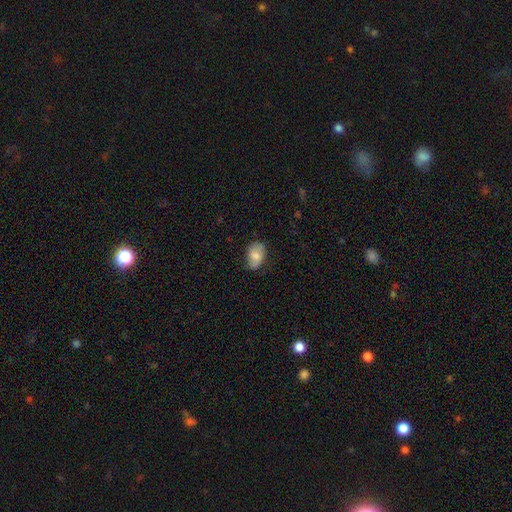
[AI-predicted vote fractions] A smooth galaxy with no disk features (73%) that is in between round and cigar-shaped (84%).

Vote fractions:
- Smooth or featured? smooth: 73% / featured or disk: 20% / star or artifact: 7%
- How rounded? in between: 84% / round: 15% / cigar-shaped: 1%
- Merging? none: 62% / minor disturbance: 30% / major disturbance: 6% / merger: 1%